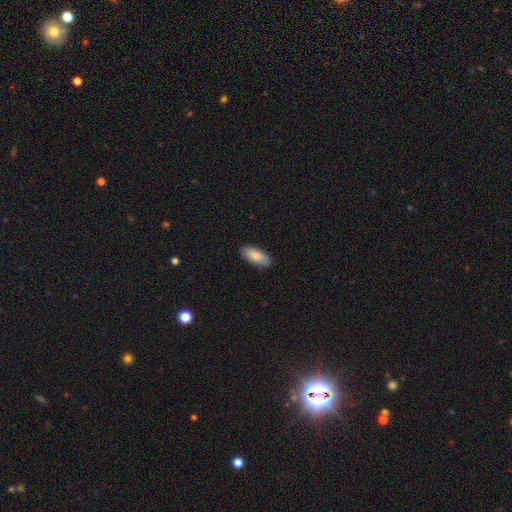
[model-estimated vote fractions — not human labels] Smooth or featured? smooth (87%)
How rounded? in between (82%)
Merging? none (87%)